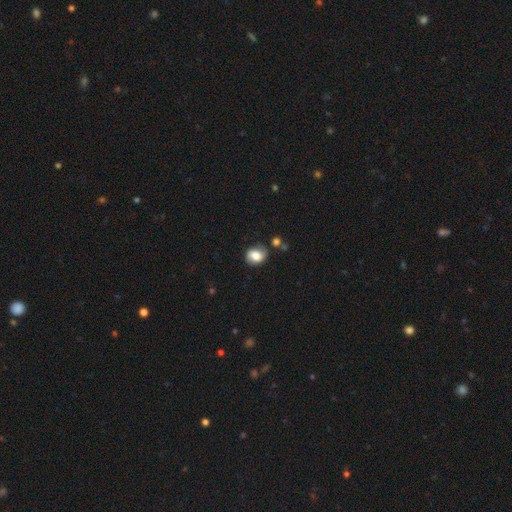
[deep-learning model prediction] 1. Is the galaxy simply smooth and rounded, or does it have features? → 62% smooth, 29% featured or disk, 9% star or artifact.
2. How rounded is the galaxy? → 55% in between, 44% round, 1% cigar-shaped.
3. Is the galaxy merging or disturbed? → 67% none, 20% minor disturbance, 6% major disturbance, 6% merger.